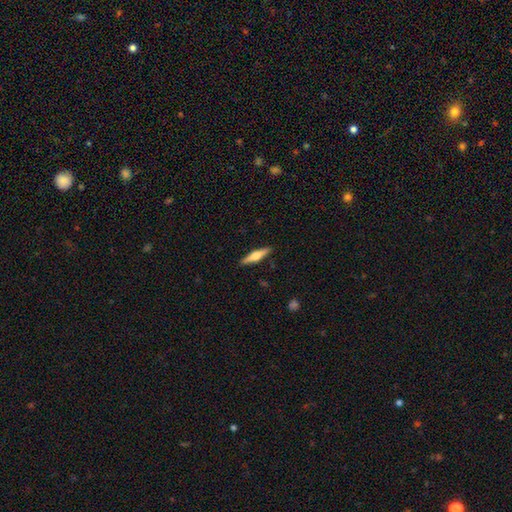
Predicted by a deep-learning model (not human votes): Smooth or featured: featured or disk — 57% (smooth — 37%)
Edge-on disk: yes — 96% (no — 4%)
Edge-on bulge: rounded — 91% (boxy — 6%)
Merging: none — 90% (minor disturbance — 7%)